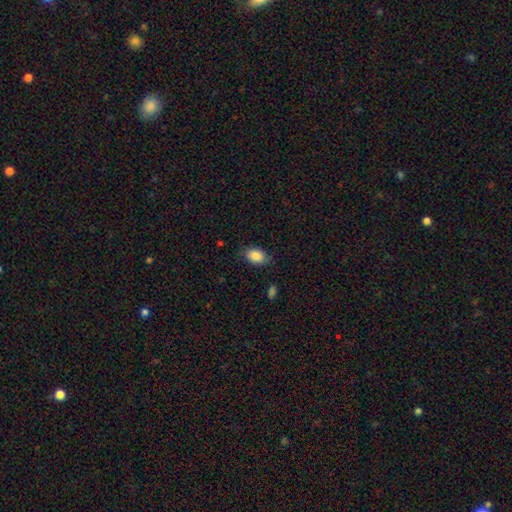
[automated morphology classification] Q: Smooth or featured?
A: smooth (87%); runner-up: star or artifact (7%)
Q: How rounded?
A: in between (82%); runner-up: round (17%)
Q: Merging?
A: none (79%); runner-up: minor disturbance (16%)